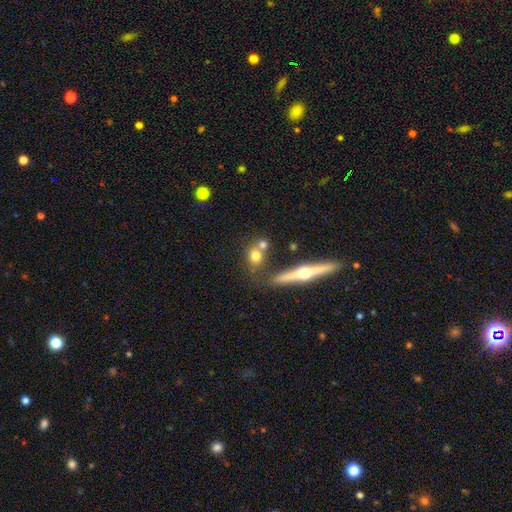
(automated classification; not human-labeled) smooth 65%, featured or disk 24%, star or artifact 10%. Down the decision tree: how rounded — round (65%); merging — none (55%).